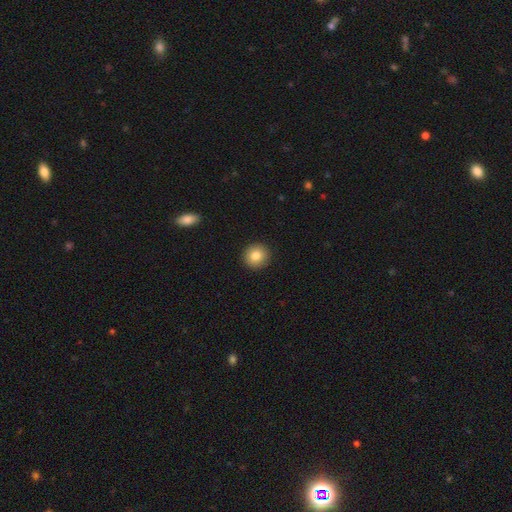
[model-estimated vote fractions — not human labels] A smooth galaxy with no disk features (83%) that is round (92%).

Vote fractions:
- Smooth or featured? smooth: 83% / star or artifact: 9% / featured or disk: 8%
- How rounded? round: 92% / in between: 7% / cigar-shaped: 1%
- Merging? none: 93% / minor disturbance: 5% / major disturbance: 2% / merger: 1%